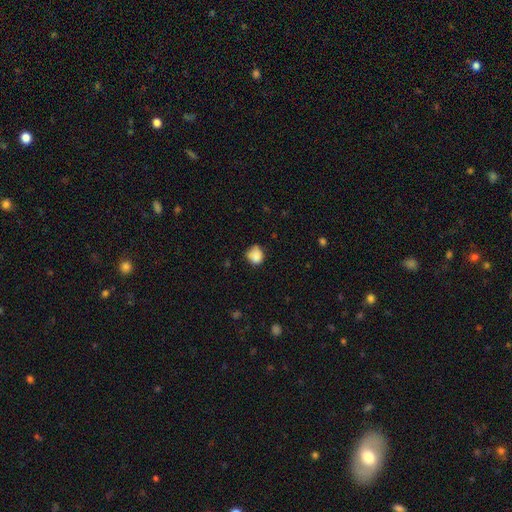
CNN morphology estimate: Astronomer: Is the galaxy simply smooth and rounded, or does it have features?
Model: smooth — 85%.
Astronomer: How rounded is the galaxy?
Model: round — 76%.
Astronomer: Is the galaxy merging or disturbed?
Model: none — 60%.